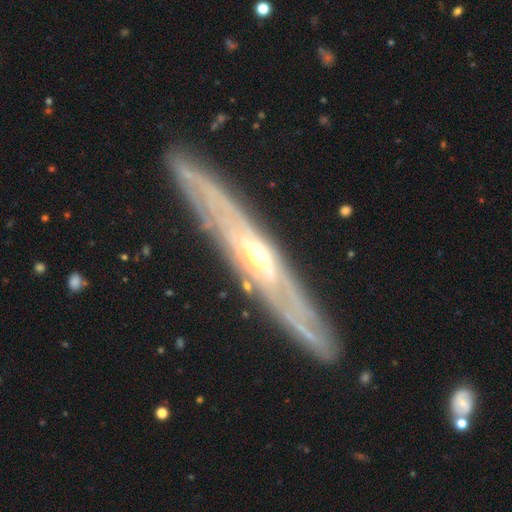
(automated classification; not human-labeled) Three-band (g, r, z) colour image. It shows a featured or disk galaxy (84%) viewed edge-on (68%) with a rounded central bulge (72%). Merging: none (87%).